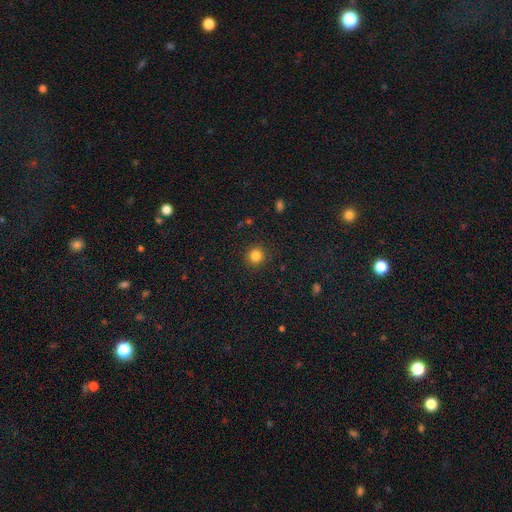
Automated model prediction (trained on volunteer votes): A smooth galaxy with no disk features (83%) that is round (93%).

Vote fractions:
- Smooth or featured? smooth: 83% / star or artifact: 12% / featured or disk: 5%
- How rounded? round: 93% / in between: 6% / cigar-shaped: 1%
- Merging? none: 91% / minor disturbance: 6% / major disturbance: 2% / merger: 1%